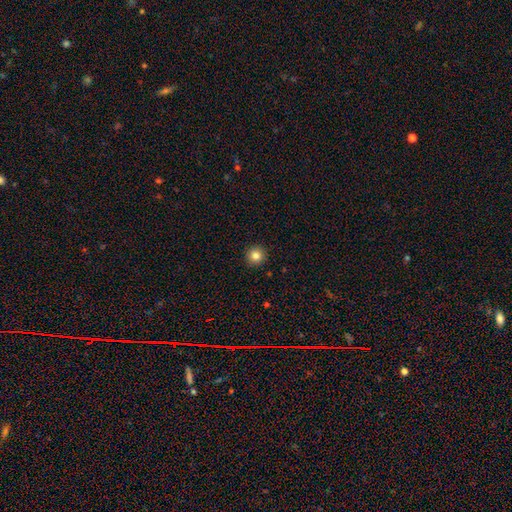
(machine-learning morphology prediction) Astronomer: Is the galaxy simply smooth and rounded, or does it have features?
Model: smooth — 83%.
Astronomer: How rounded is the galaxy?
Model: round — 95%.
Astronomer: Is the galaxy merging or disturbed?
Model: none — 93%.